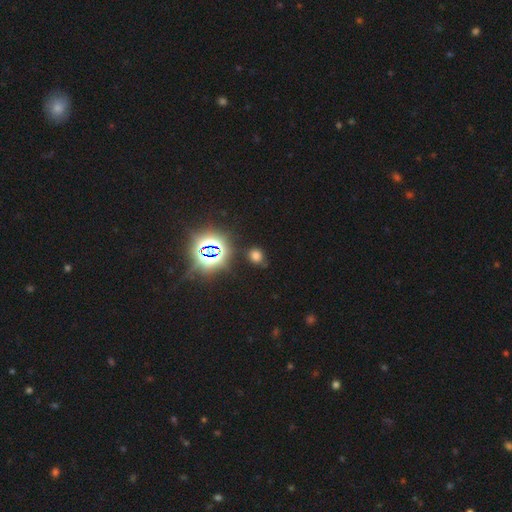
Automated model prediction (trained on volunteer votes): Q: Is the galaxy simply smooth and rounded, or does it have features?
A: smooth — 59%.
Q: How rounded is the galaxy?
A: round — 65%.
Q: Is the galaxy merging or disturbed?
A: none — 79%.